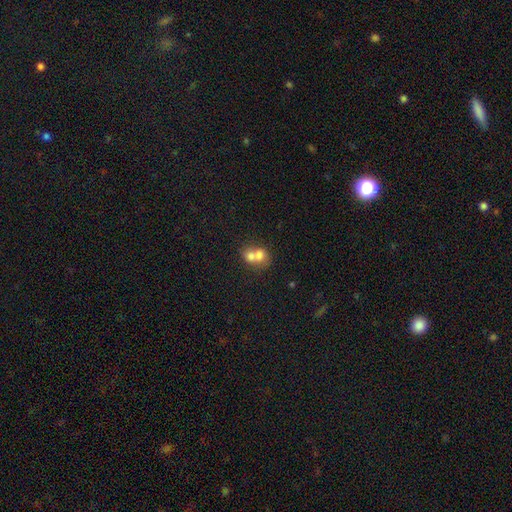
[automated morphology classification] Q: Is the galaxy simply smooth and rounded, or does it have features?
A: smooth — 68%.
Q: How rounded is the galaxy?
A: round — 59%.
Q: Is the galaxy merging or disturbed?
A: merger — 73%.